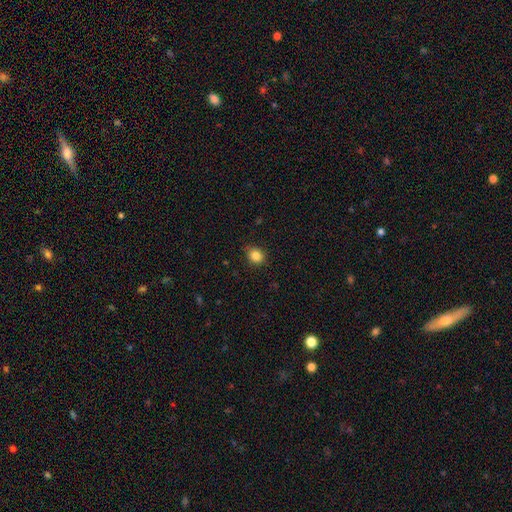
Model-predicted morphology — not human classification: smooth 85%, star or artifact 11%, featured or disk 5%. Down the decision tree: how rounded — round (69%); merging — none (85%).